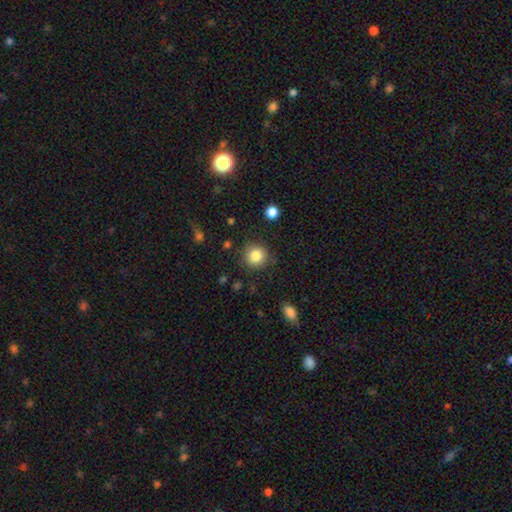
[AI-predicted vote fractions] Smooth or featured? Predicted: smooth (p=0.85). How rounded? Predicted: round (p=0.93). Merging? Predicted: none (p=0.87).